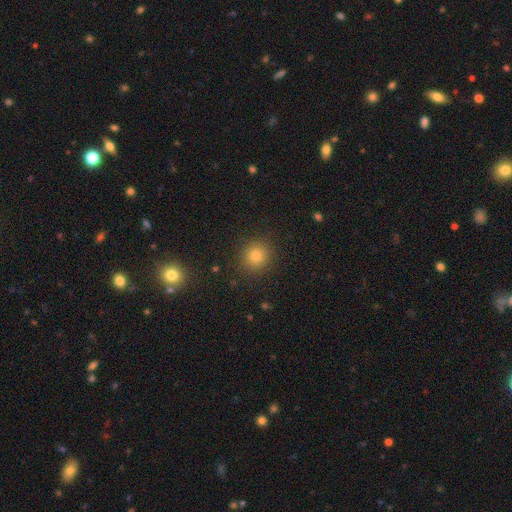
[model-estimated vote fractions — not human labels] A smooth galaxy with no disk features (79%) that is round (90%). Merging: none (90%).